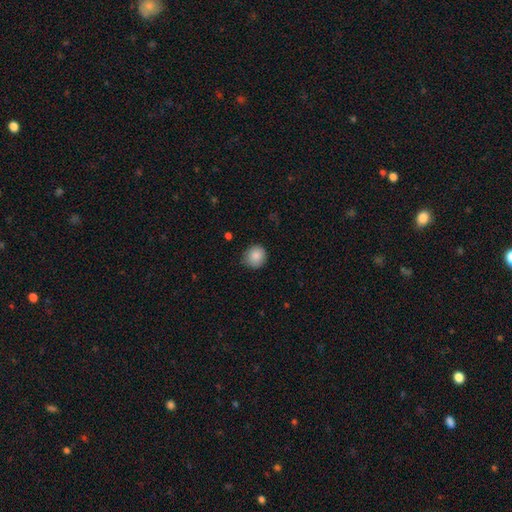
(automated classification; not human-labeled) Smooth or featured?
  - smooth: 87% *
  - star or artifact: 8%
  - featured or disk: 4%
How rounded?
  - round: 88% *
  - in between: 11%
  - cigar-shaped: 1%
Merging?
  - none: 78% *
  - minor disturbance: 18%
  - major disturbance: 3%
  - merger: 1%